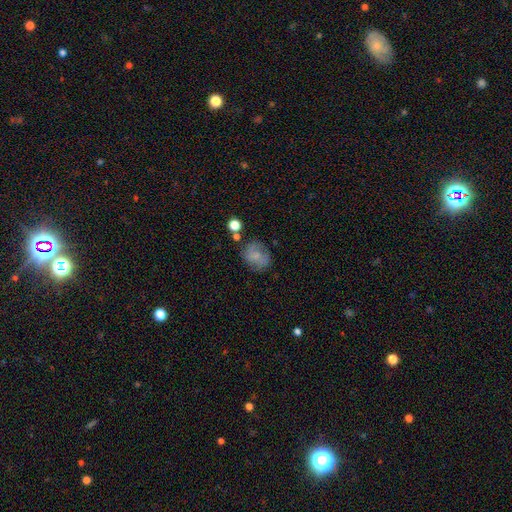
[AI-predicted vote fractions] Q: Smooth or featured?
A: smooth (65%); runner-up: featured or disk (23%)
Q: How rounded?
A: round (64%); runner-up: in between (35%)
Q: Merging?
A: none (63%); runner-up: minor disturbance (21%)